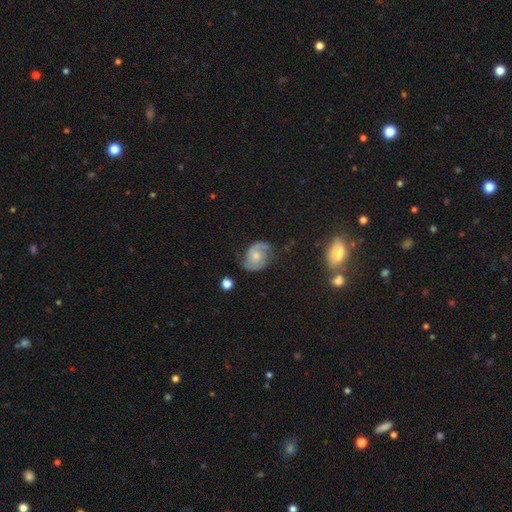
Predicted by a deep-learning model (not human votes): The model was most divided on "spiral winding": medium: 44%, tight: 35%, loose: 21%. Remaining: edge-on disk — no (97%); spiral arms — yes (91%); spiral arm count — 2 (74%); bar — no (71%); smooth or featured — featured or disk (70%); merging — none (59%); bulge size — moderate (48%).